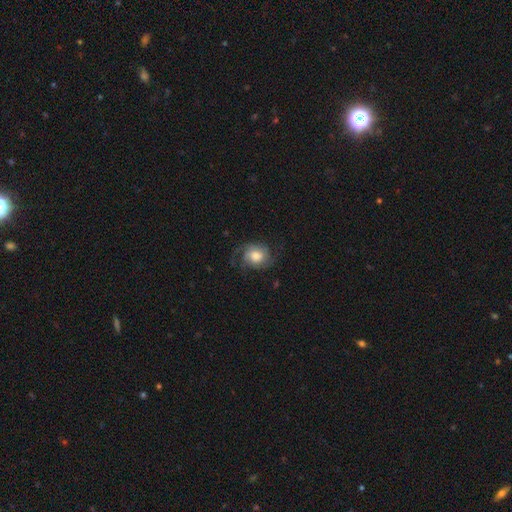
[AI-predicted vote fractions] featured or disk 57%, smooth 36%, star or artifact 8%. Down the decision tree: edge-on disk — no (97%); bar — no (71%); spiral arms — yes (90%); bulge size — large (41%, tied with moderate); merging — none (62%).